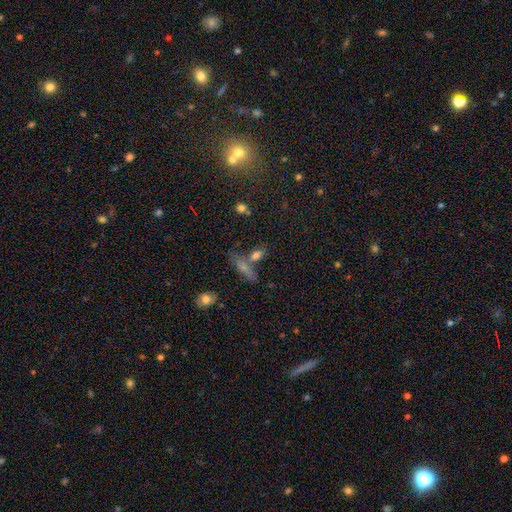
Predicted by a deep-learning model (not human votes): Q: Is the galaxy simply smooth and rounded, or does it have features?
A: smooth — 70%.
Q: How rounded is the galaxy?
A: in between — 67%.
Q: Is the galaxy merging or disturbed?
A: none — 50%.